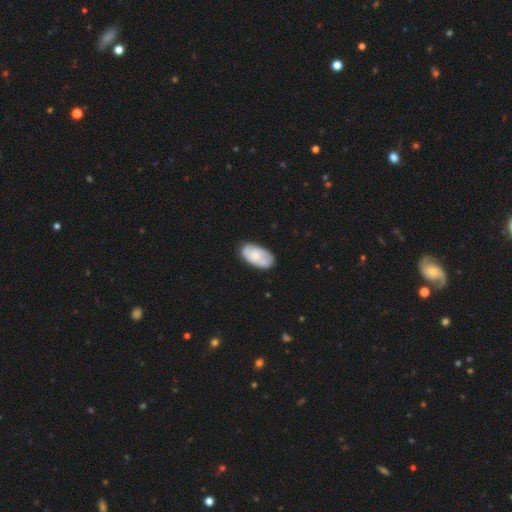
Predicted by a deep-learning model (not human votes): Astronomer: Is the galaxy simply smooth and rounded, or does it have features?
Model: smooth — 50% (runner-up: featured or disk, 44%).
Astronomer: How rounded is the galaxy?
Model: in between — 94%.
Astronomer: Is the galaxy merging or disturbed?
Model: none — 74%.